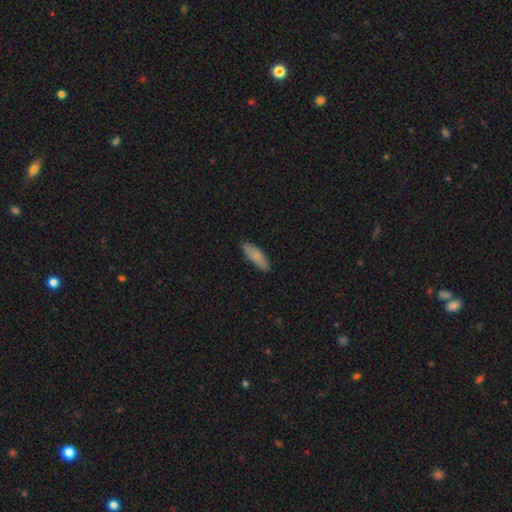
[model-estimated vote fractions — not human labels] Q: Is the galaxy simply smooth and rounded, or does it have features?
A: smooth — 84%.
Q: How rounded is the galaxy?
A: in between — 52%.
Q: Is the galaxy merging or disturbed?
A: none — 86%.